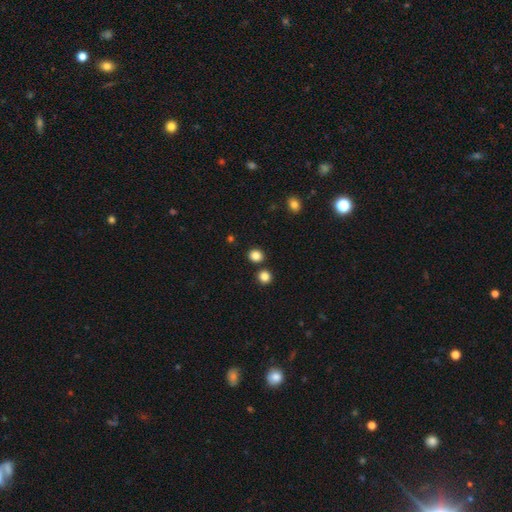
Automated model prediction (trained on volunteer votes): Q: Smooth or featured?
A: smooth (85%); runner-up: star or artifact (12%)
Q: How rounded?
A: round (81%); runner-up: in between (18%)
Q: Merging?
A: none (83%); runner-up: merger (9%)